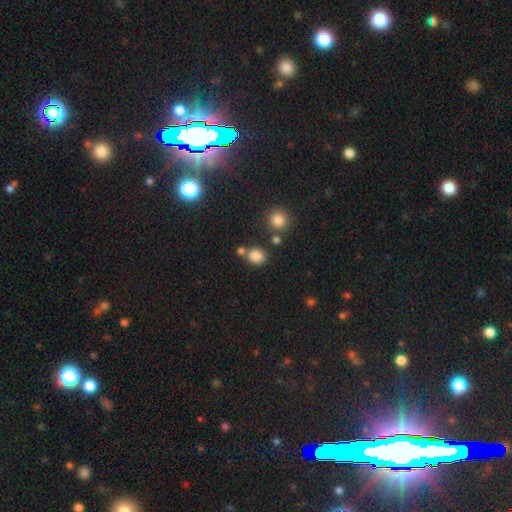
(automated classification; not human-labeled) This appears to be a smooth galaxy with no disk features (82%) that is round (73%). Merging: none (70%).